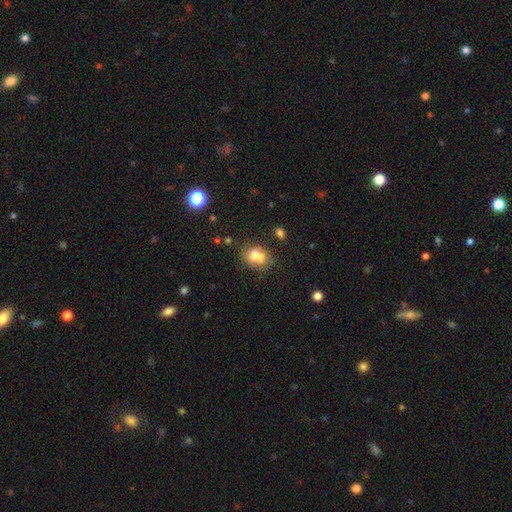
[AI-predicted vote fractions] smooth 72%, featured or disk 17%, star or artifact 11%. Down the decision tree: how rounded — in between (55%); merging — none (48%).